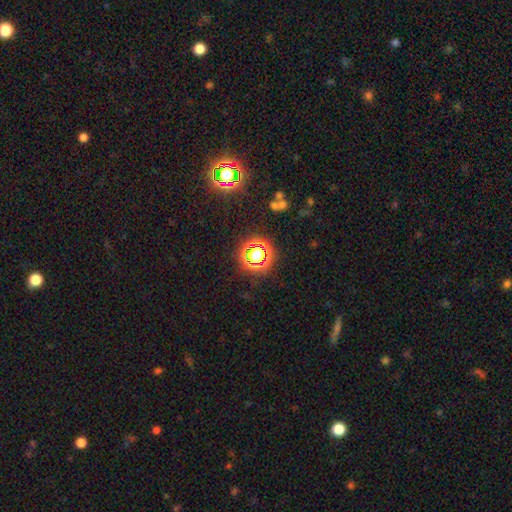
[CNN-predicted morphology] This appears to be a star or artifact, not a galaxy (61%).